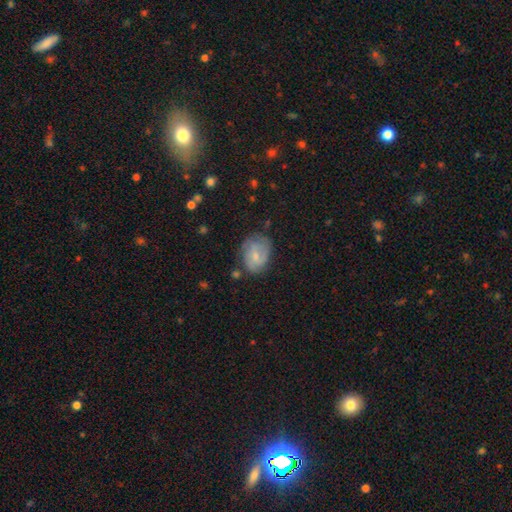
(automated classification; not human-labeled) smooth_or_featured: smooth (p=0.48) [alt: featured or disk p=0.44]
merging: none (p=0.59) [alt: minor disturbance p=0.27]